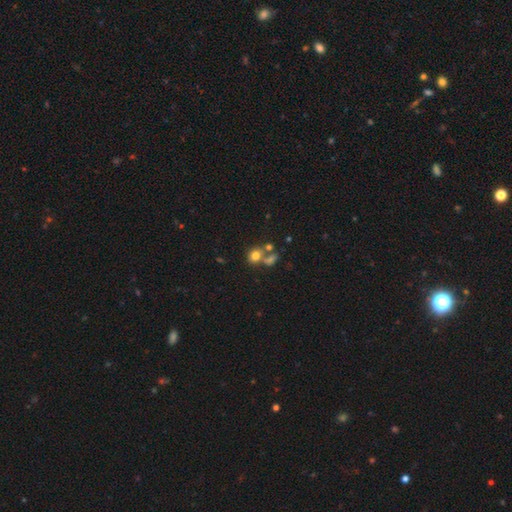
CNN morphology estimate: The model was most divided on "merging": none: 48%, merger: 36%, minor disturbance: 10%, major disturbance: 6%. More confident: smooth or featured — smooth (74%); how rounded — round (72%).